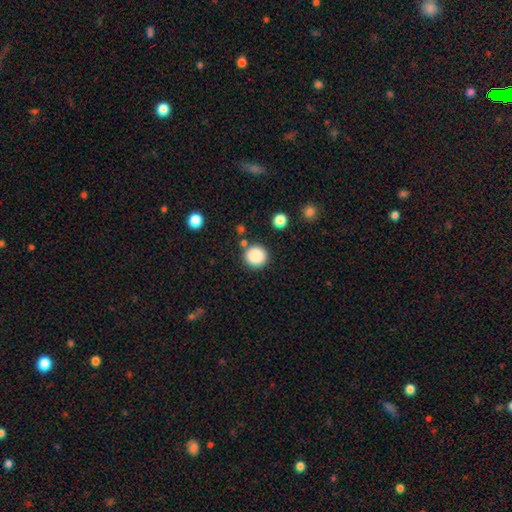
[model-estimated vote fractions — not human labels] Overall: smooth (87%). How rounded: round (95%). Merging: none (87%).